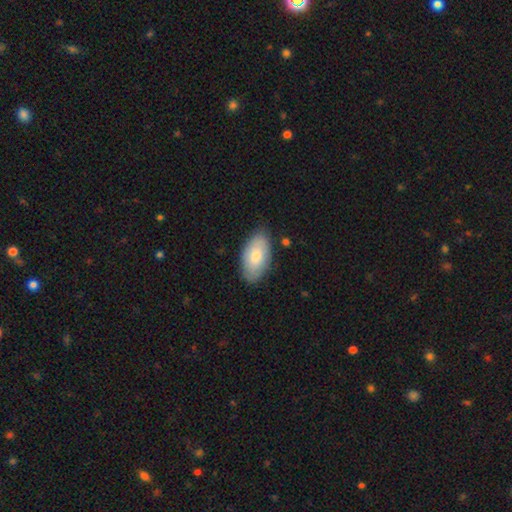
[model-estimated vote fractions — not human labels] smooth-or-featured: smooth: 72% | featured or disk: 22% | star or artifact: 5%
  how-rounded: in between: 95% | round: 3% | cigar-shaped: 2%
  merging: none: 80% | minor disturbance: 16% | major disturbance: 3% | merger: 2%